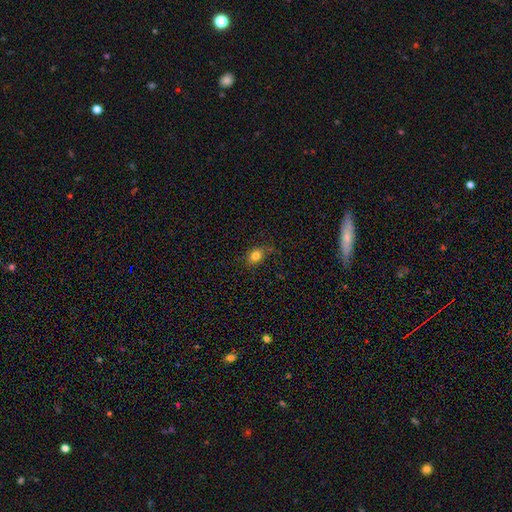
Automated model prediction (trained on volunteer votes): Overall: smooth (81%). How rounded: in between (53%; round 46%). Merging: none (77%).